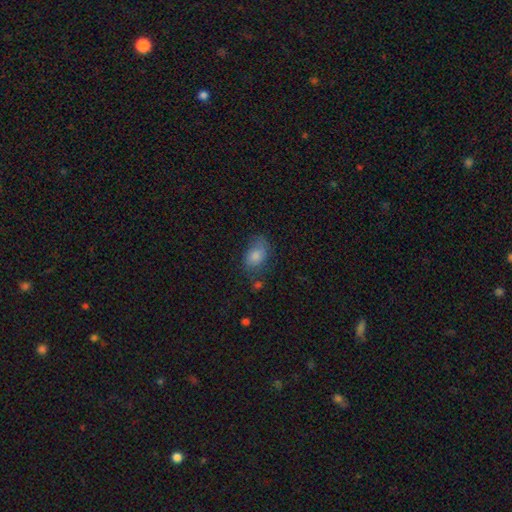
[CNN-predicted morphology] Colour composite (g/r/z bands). It shows a smooth galaxy with no disk features (74%) that is in between round and cigar-shaped (83%). Merging: none (61%).